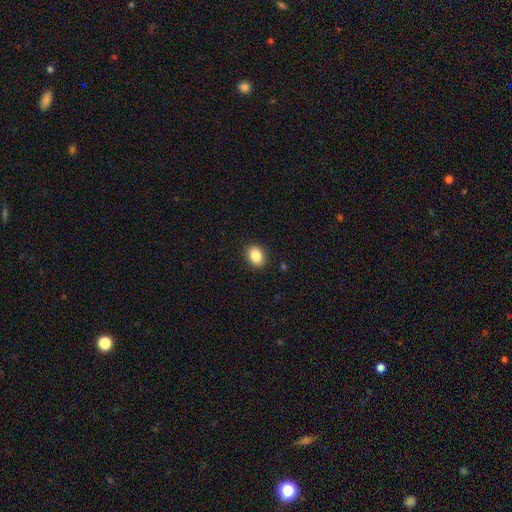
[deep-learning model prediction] Smooth or featured: smooth — 87% (star or artifact — 8%)
How rounded: in between — 69% (round — 30%)
Merging: none — 90% (minor disturbance — 7%)